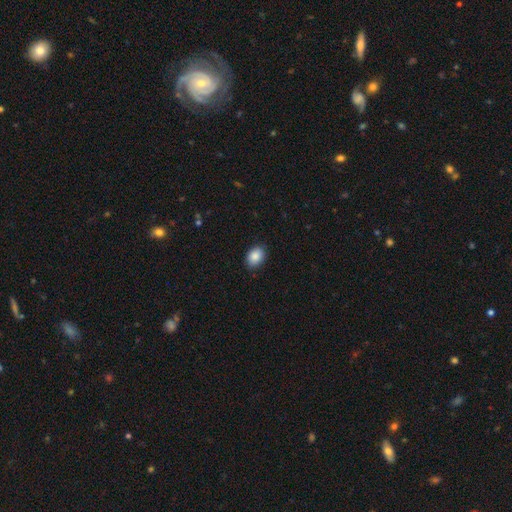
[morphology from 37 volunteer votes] Smooth or featured?
  - smooth: 86% *
  - featured or disk: 11%
  - star or artifact: 3%
How rounded?
  - in between: 78% *
  - round: 19%
  - cigar-shaped: 3%
Merging?
  - none: 81% *
  - minor disturbance: 14%
  - major disturbance: 6%
  - merger: 0%